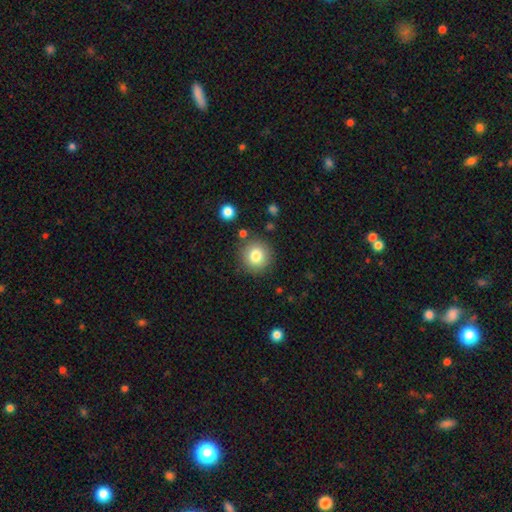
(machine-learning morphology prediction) Smooth or featured? smooth (80%)
How rounded? round (93%)
Merging? none (86%)